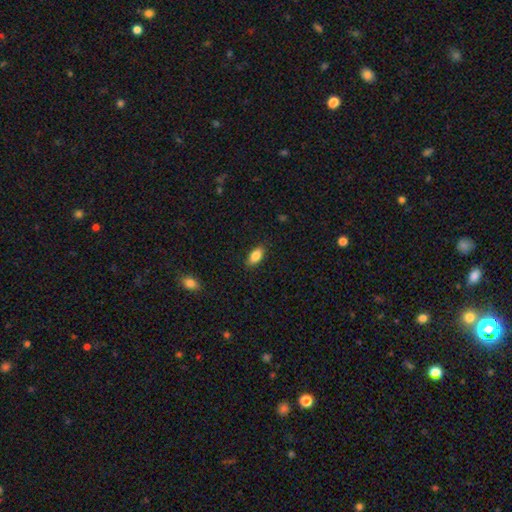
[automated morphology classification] smooth_or_featured: smooth (p=0.86) [alt: star or artifact p=0.07]
how_rounded: in between (p=0.90) [alt: cigar-shaped p=0.06]
merging: none (p=0.86) [alt: minor disturbance p=0.10]